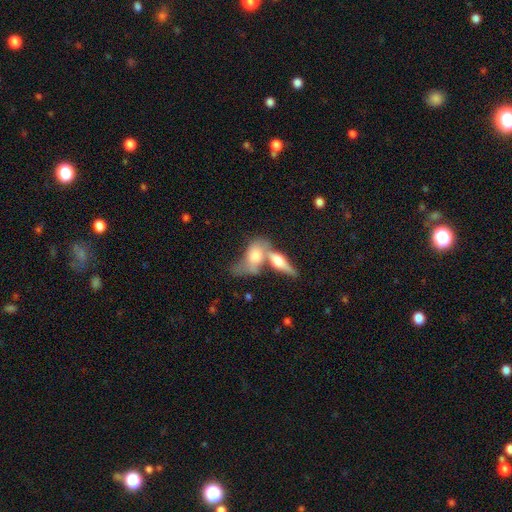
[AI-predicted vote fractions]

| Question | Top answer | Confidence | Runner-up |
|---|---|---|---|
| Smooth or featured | smooth | 50% | featured or disk (42%) |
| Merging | merger | 65% | none (19%) |